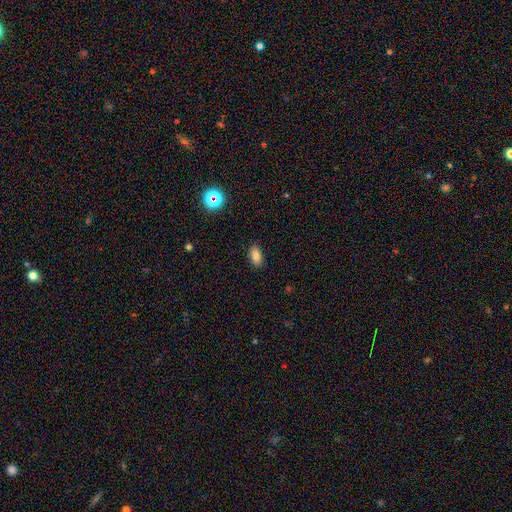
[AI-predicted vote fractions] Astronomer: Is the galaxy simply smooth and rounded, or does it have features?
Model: smooth — 83%.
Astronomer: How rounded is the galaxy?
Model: in between — 91%.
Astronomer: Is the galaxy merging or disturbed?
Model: none — 88%.